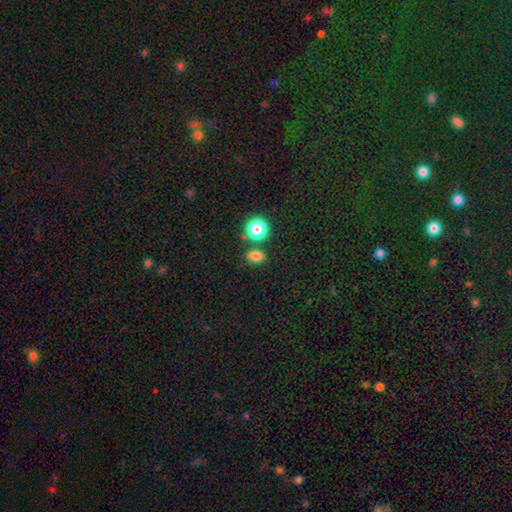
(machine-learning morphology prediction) Smooth or featured: smooth — 80% (star or artifact — 14%)
How rounded: in between — 58% (round — 40%)
Merging: none — 75% (merger — 12%)